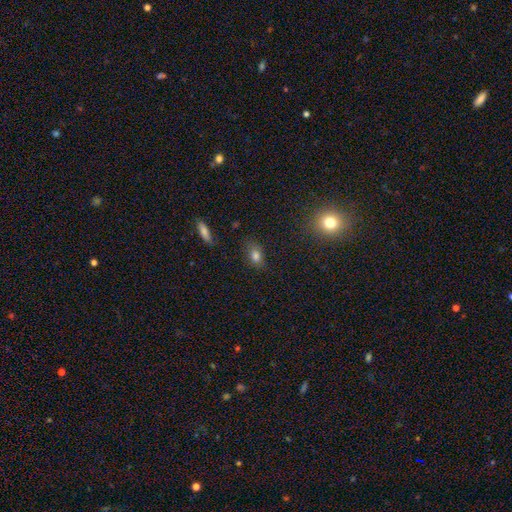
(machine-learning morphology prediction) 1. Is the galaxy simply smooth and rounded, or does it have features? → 79% smooth, 14% star or artifact, 8% featured or disk.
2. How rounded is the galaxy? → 77% in between, 20% round, 4% cigar-shaped.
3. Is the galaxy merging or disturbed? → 75% none, 18% minor disturbance, 5% major disturbance, 2% merger.